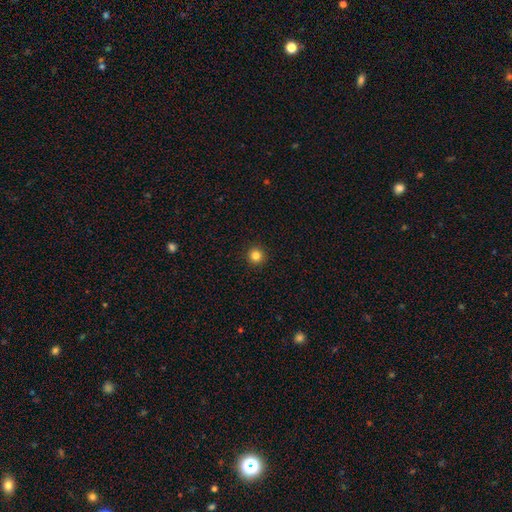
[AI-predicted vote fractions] Smooth or featured? smooth (83%)
How rounded? round (96%)
Merging? none (94%)